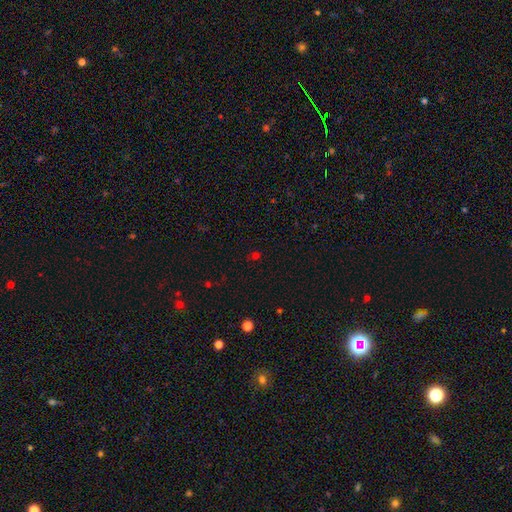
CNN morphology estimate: A star or artifact, not a galaxy (50%).

Vote fractions:
- Smooth or featured? star or artifact: 50% / smooth: 44% / featured or disk: 6%